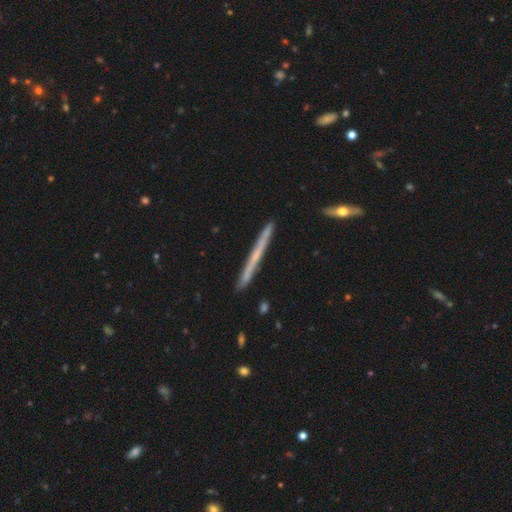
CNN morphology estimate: This is possibly a featured or disk galaxy (55%). It is clearly viewed edge-on (97%). Edge-on bulge: likely none (75%). Merging: clearly none (89%).